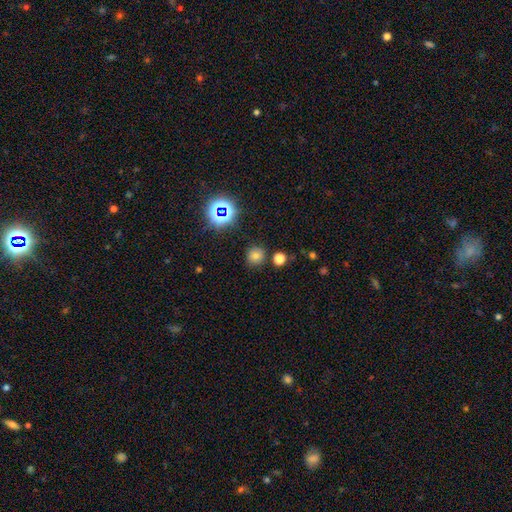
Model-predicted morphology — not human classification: smooth_or_featured: smooth (p=0.70) [alt: star or artifact p=0.21]
how_rounded: round (p=0.91) [alt: in between p=0.09]
merging: none (p=0.84) [alt: minor disturbance p=0.09]